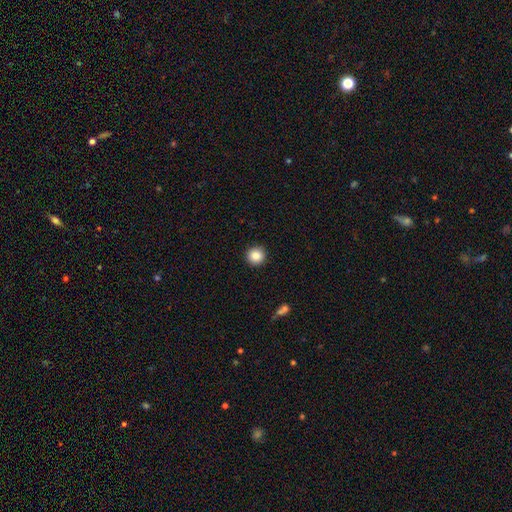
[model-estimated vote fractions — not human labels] The model was most divided on "smooth or featured": smooth: 86%, star or artifact: 9%, featured or disk: 4%. More confident: how rounded — round (95%); merging — none (93%).